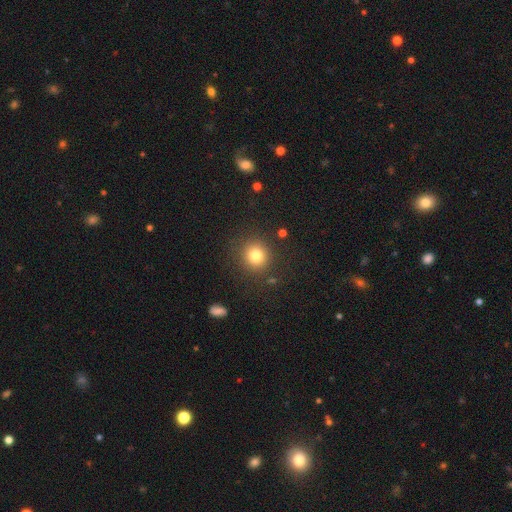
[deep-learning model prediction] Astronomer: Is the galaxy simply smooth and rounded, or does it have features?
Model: smooth — 80%.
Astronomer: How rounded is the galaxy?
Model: round — 91%.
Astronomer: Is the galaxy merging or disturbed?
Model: none — 87%.